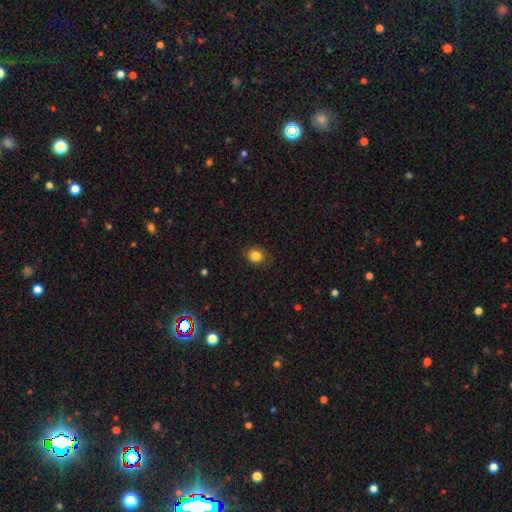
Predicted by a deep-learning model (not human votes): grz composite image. It shows a smooth galaxy with no disk features (84%) that is round (76%). Merging: none (87%).